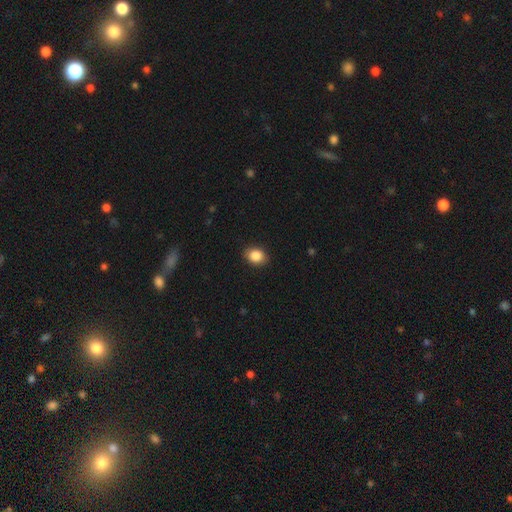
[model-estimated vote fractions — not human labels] Overall: smooth (87%). How rounded: in between (59%; round 40%). Merging: none (87%).